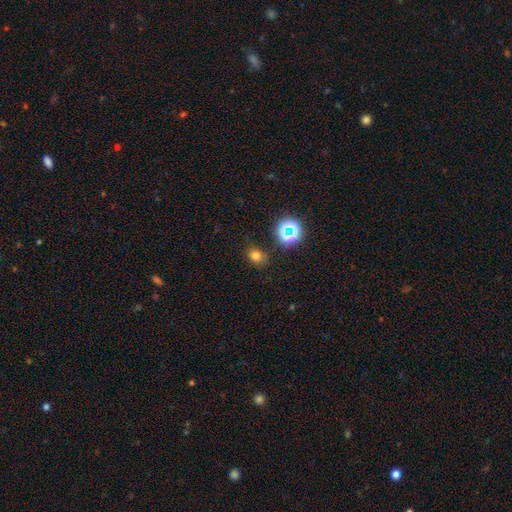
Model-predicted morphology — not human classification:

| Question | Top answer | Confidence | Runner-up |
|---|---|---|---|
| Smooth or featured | smooth | 71% | star or artifact (22%) |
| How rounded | round | 64% | in between (35%) |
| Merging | none | 78% | minor disturbance (15%) |